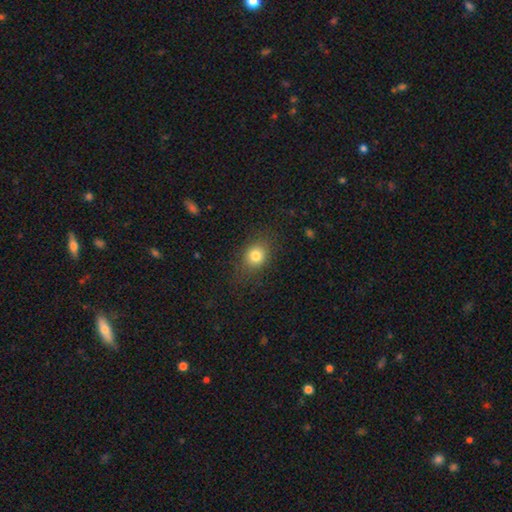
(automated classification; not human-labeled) The model was most divided on "how rounded": round: 55%, in between: 43%, cigar-shaped: 1%. More confident: smooth or featured — smooth (80%); merging — none (77%).